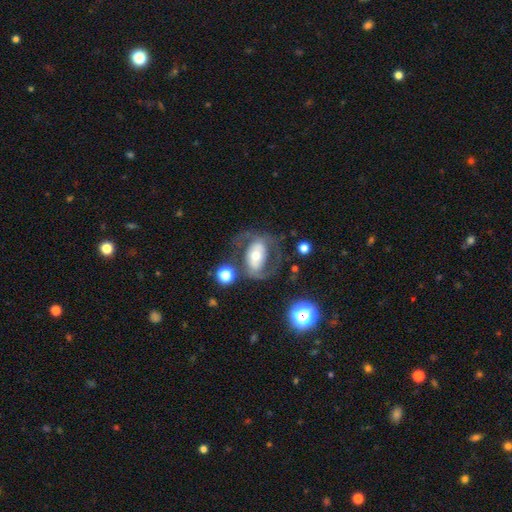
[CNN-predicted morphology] smooth-or-featured: featured or disk: 66% | smooth: 26% | star or artifact: 8%
  disk-edge-on: no: 94% | yes: 6%
    bar: no: 41% | strong: 32% | weak: 27%
    has-spiral-arms: yes: 64% | no: 36%
    bulge-size: moderate: 60% | small: 26% | large: 11% | dominant: 2% | none: 1%
  merging: none: 55% | major disturbance: 21% | minor disturbance: 17% | merger: 7%